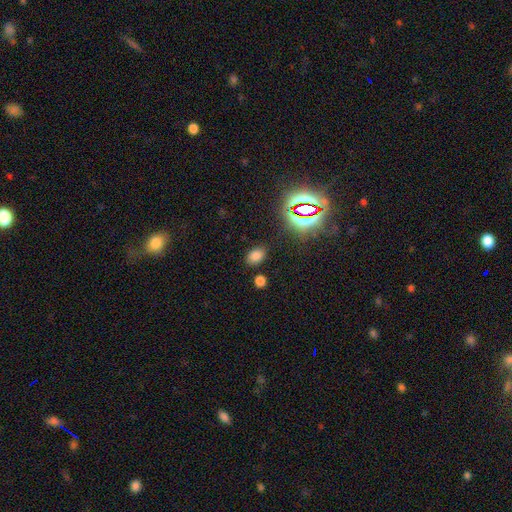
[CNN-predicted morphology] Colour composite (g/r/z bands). It shows a smooth galaxy with no disk features (72%) that is in between round and cigar-shaped (81%). Merging: none (83%).